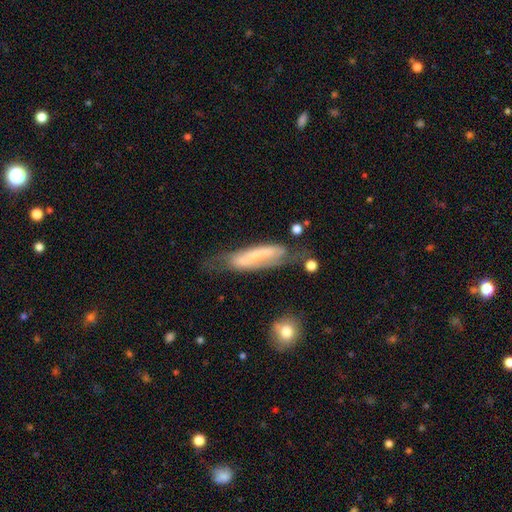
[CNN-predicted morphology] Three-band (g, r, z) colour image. It shows a featured or disk galaxy (55%). Merging: none (46%).